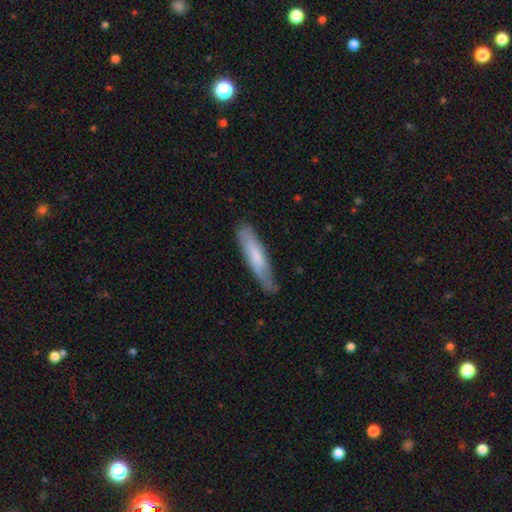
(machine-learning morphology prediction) This is likely a smooth galaxy (64%). How rounded: likely cigar-shaped (77%). Merging: likely none (74%).